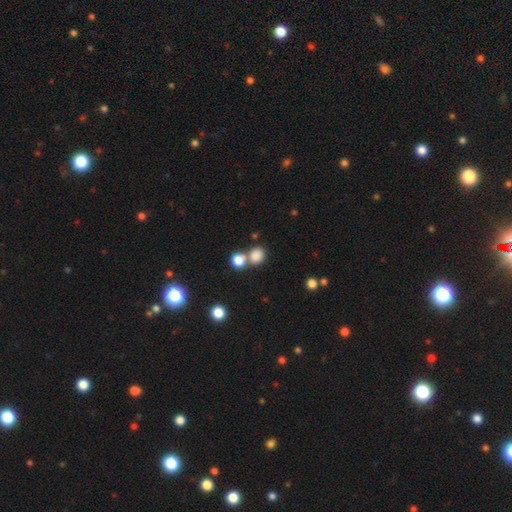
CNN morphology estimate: type=smooth (82%); roundness=round (70%); merging=none (51%).